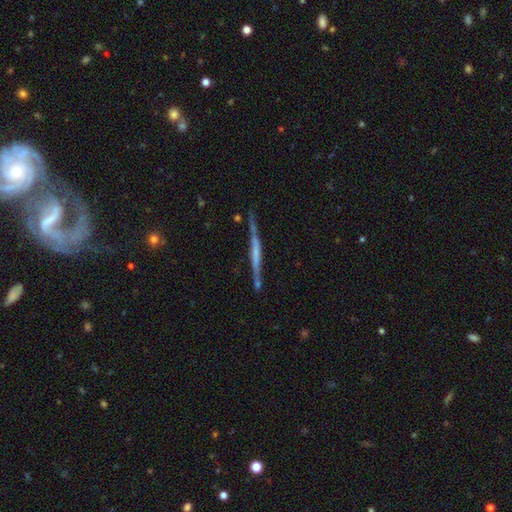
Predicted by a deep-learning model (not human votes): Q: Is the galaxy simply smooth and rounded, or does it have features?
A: featured or disk — 71%.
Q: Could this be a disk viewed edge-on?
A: yes — 84%.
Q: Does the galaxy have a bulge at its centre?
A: rounded — 53%.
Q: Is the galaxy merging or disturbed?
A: none — 77%.